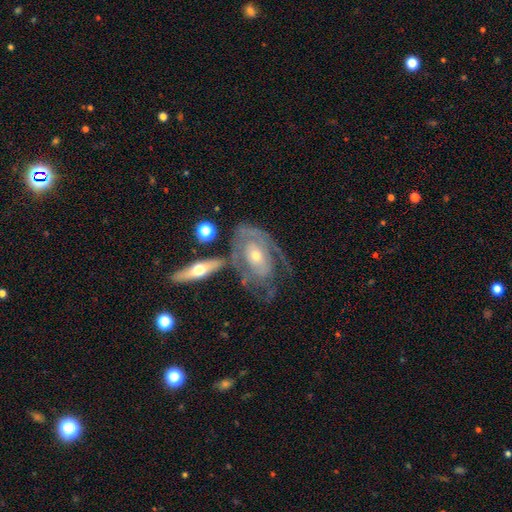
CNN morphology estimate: The model was most divided on "bulge size": small: 50%, moderate: 45%, large: 3%, none: 1%, dominant: 1%. Remaining: edge-on disk — no (89%); smooth or featured — featured or disk (78%); bar — no (74%); spiral arms — yes (73%); spiral winding — tight (65%); spiral arm count — can't tell (48%); merging — none (44%).